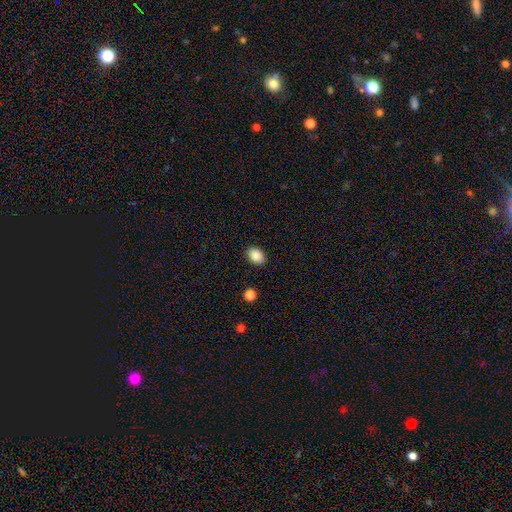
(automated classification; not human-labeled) This is clearly a smooth galaxy (87%). How rounded: likely in between (73%). Merging: clearly none (88%).